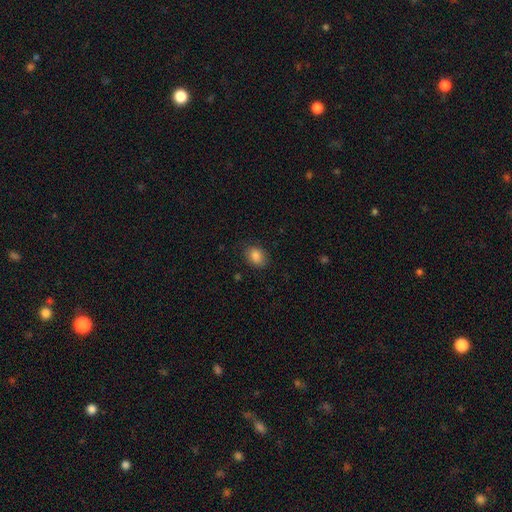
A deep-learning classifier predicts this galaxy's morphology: type=smooth (86%); roundness=in between (68%); merging=none (80%).